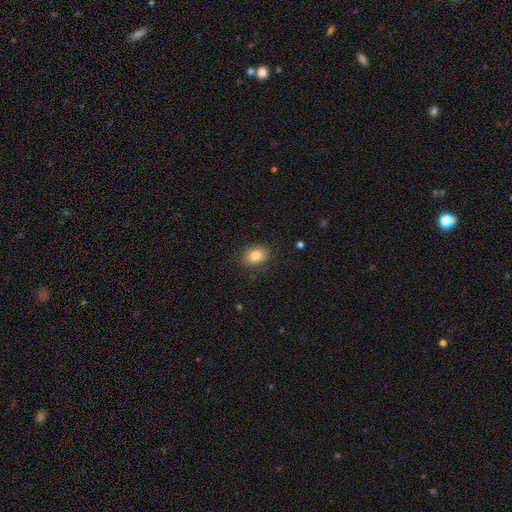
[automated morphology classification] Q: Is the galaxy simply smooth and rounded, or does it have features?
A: smooth — 83%.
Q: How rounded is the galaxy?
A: in between — 74%.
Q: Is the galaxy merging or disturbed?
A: none — 82%.